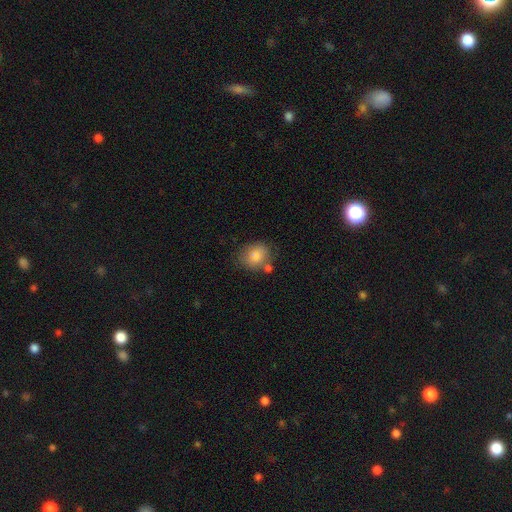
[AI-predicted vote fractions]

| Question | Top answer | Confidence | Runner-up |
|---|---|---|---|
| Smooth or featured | smooth | 82% | featured or disk (10%) |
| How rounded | round | 56% | in between (43%) |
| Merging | none | 64% | minor disturbance (19%) |